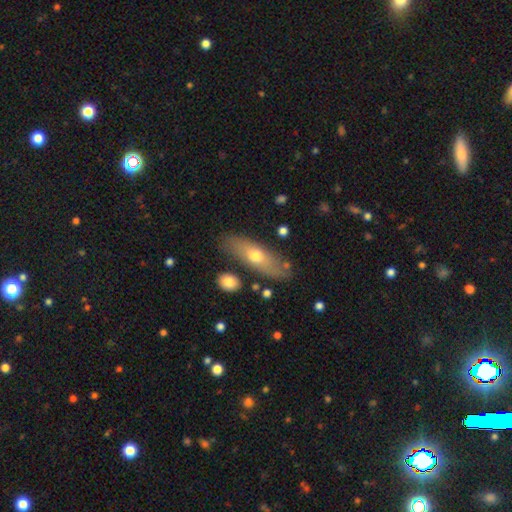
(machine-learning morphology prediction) smooth-or-featured: smooth: 60% | featured or disk: 34% | star or artifact: 7%
  how-rounded: in between: 52% | cigar-shaped: 45% | round: 3%
  merging: none: 76% | minor disturbance: 15% | merger: 5% | major disturbance: 4%